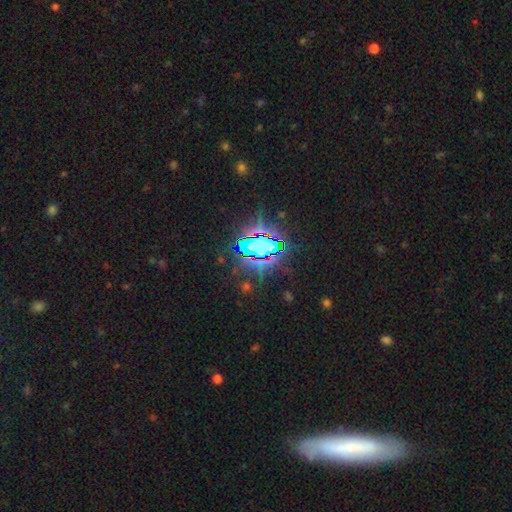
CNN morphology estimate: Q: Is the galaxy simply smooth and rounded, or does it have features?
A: star or artifact — 71%.